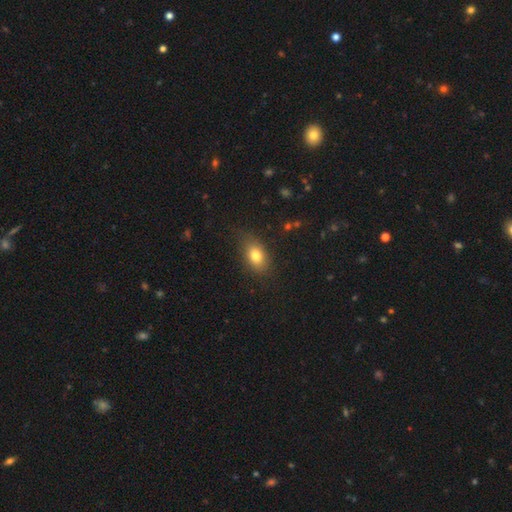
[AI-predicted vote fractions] Smooth or featured? Predicted: smooth (p=0.79). How rounded? Predicted: in between (p=0.79). Merging? Predicted: none (p=0.76).